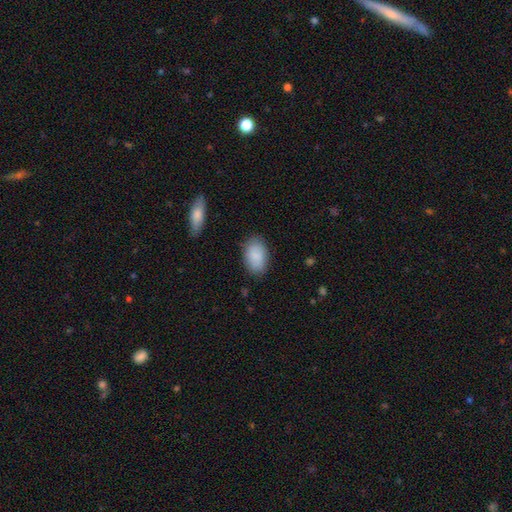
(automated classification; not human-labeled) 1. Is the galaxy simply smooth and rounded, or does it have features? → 86% smooth, 7% featured or disk, 6% star or artifact.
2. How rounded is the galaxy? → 92% in between, 7% round, 1% cigar-shaped.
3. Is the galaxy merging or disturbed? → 82% none, 13% minor disturbance, 3% major disturbance, 2% merger.